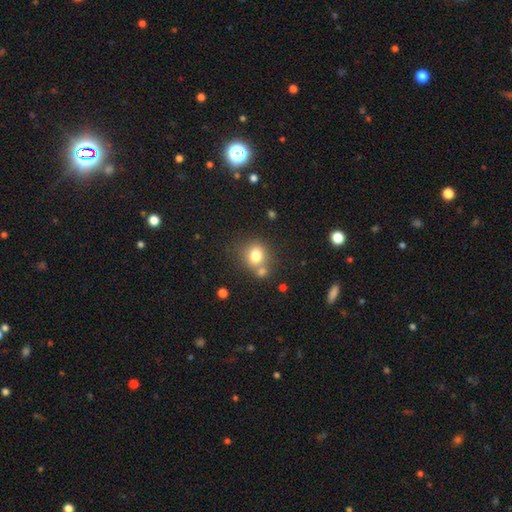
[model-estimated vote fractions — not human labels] Smooth or featured? smooth (77%)
How rounded? round (77%)
Merging? none (59%)